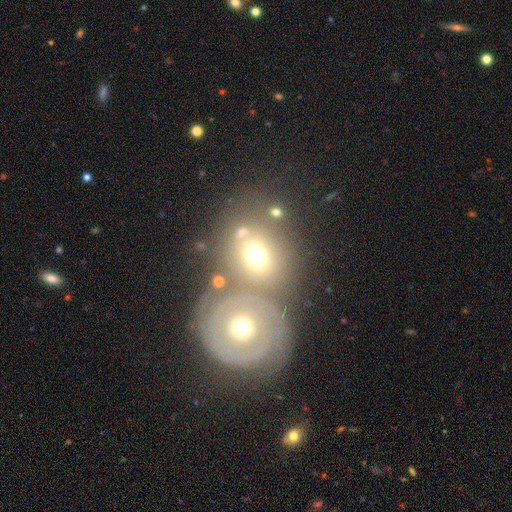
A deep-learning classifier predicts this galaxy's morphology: This appears to be a smooth galaxy with no disk features (49%). Merging: merger (45%).